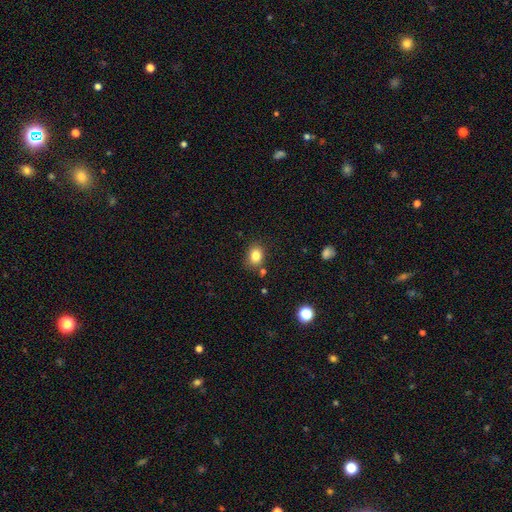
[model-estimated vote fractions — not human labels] A smooth galaxy with no disk features (82%) that is in between round and cigar-shaped (56%).

Vote fractions:
- Smooth or featured? smooth: 82% / star or artifact: 11% / featured or disk: 7%
- How rounded? in between: 56% / round: 43% / cigar-shaped: 1%
- Merging? none: 79% / minor disturbance: 13% / merger: 5% / major disturbance: 3%